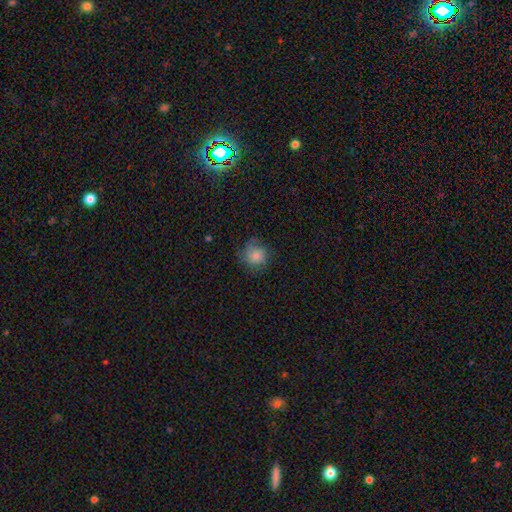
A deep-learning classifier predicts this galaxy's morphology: smooth-or-featured: smooth: 81% | featured or disk: 10% | star or artifact: 10%
  how-rounded: round: 87% | in between: 12% | cigar-shaped: 1%
  merging: none: 69% | minor disturbance: 21% | major disturbance: 9% | merger: 1%